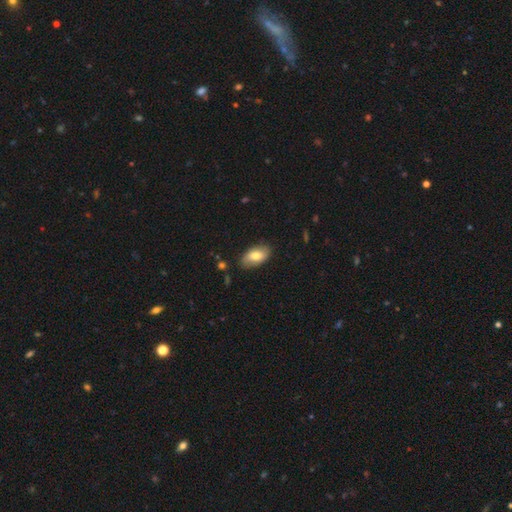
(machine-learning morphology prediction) Q: Smooth or featured?
A: smooth (73%); runner-up: featured or disk (20%)
Q: How rounded?
A: in between (94%); runner-up: round (4%)
Q: Merging?
A: none (83%); runner-up: minor disturbance (13%)